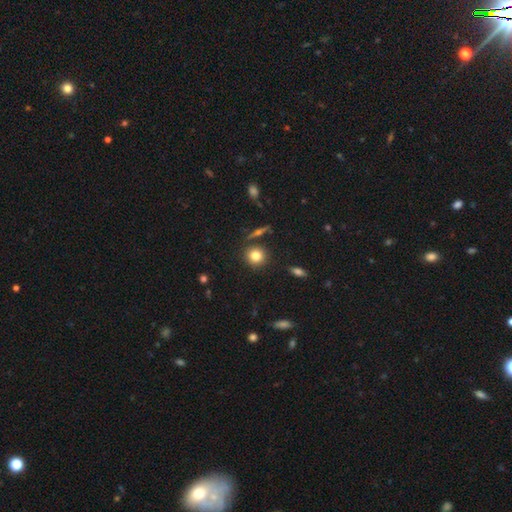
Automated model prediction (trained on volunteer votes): smooth_or_featured: smooth (p=0.80) [alt: star or artifact p=0.11]
how_rounded: round (p=0.86) [alt: in between p=0.12]
merging: none (p=0.83) [alt: minor disturbance p=0.08]